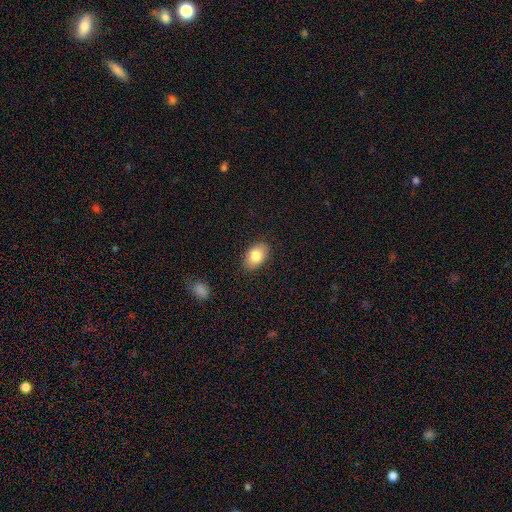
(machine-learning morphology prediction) smooth-or-featured: smooth: 84% | featured or disk: 9% | star or artifact: 7%
  how-rounded: in between: 89% | round: 10% | cigar-shaped: 1%
  merging: none: 86% | minor disturbance: 10% | major disturbance: 2% | merger: 1%